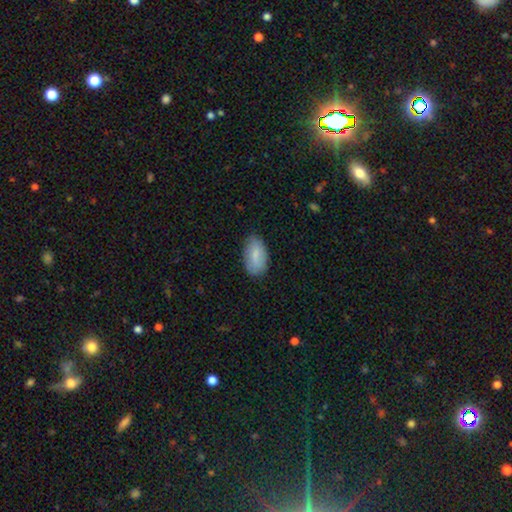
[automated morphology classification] Overall: smooth (80%). How rounded: in between (94%). Merging: none (80%).